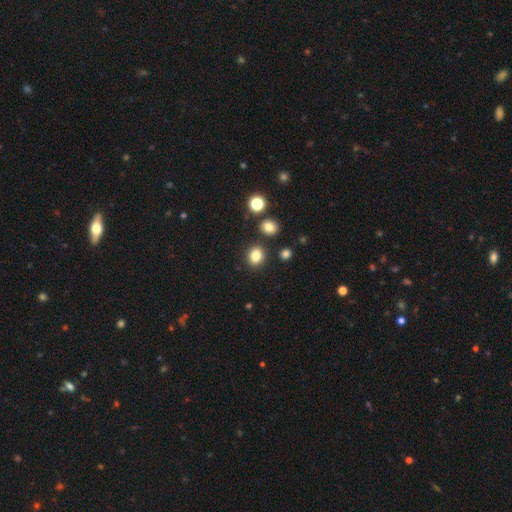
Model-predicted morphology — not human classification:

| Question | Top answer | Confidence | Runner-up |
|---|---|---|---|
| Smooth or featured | smooth | 82% | star or artifact (12%) |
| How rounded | round | 71% | in between (28%) |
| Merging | none | 85% | minor disturbance (8%) |